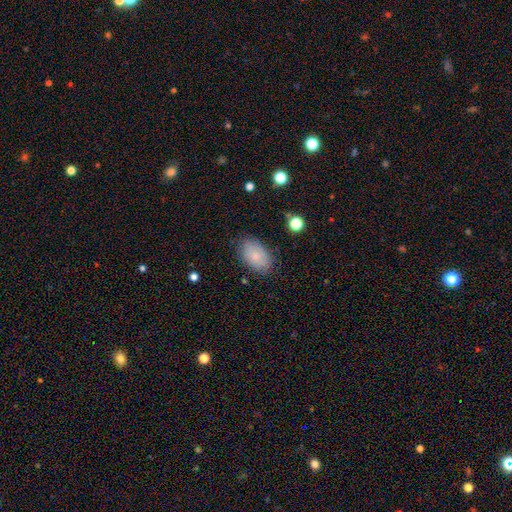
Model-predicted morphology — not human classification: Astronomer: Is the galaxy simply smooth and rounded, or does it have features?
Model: smooth — 80%.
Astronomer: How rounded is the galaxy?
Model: in between — 91%.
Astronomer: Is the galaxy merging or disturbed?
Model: none — 83%.